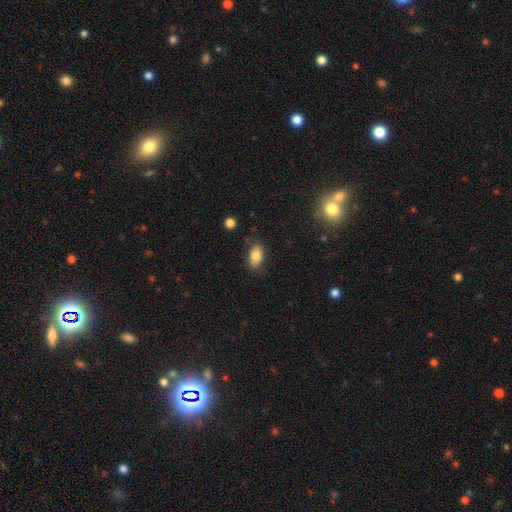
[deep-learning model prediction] Overall: smooth (80%). How rounded: in between (91%). Merging: none (82%).